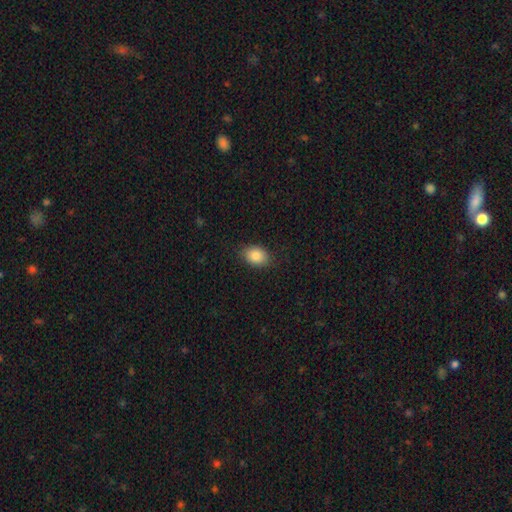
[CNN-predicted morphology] This is clearly a smooth galaxy (85%). How rounded: likely in between (74%). Merging: clearly none (85%).